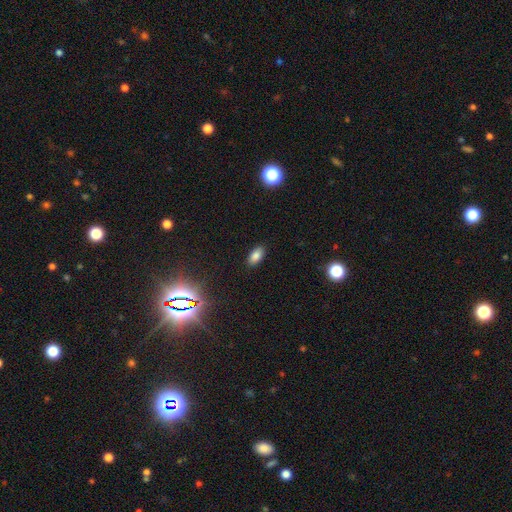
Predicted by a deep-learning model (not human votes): Overall: smooth (80%). How rounded: in between (92%). Merging: none (88%).